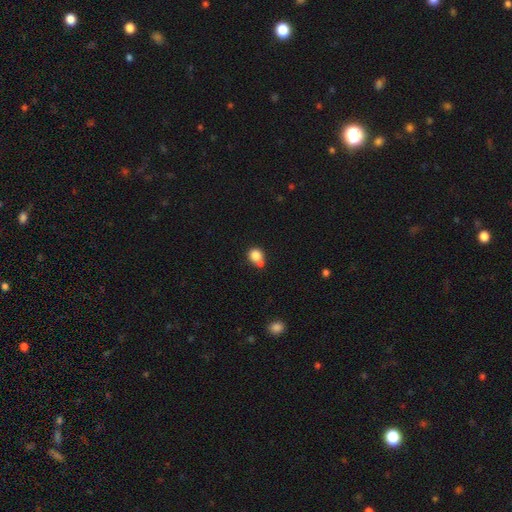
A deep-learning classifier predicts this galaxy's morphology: type=smooth (82%); roundness=round (81%); merging=none (49%).